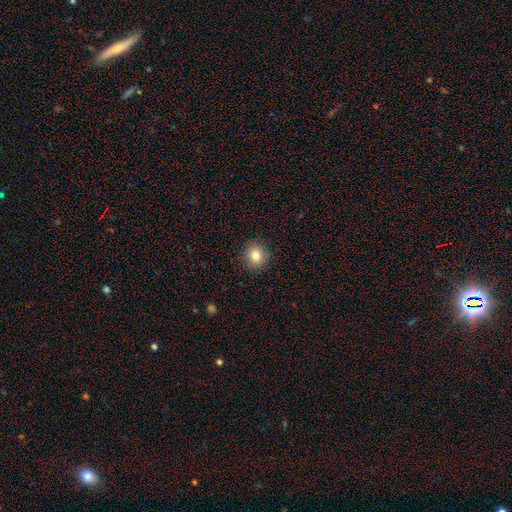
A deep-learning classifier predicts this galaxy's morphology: smooth_or_featured: smooth (p=0.82) [alt: star or artifact p=0.10]
how_rounded: round (p=0.88) [alt: in between p=0.11]
merging: none (p=0.91) [alt: minor disturbance p=0.06]